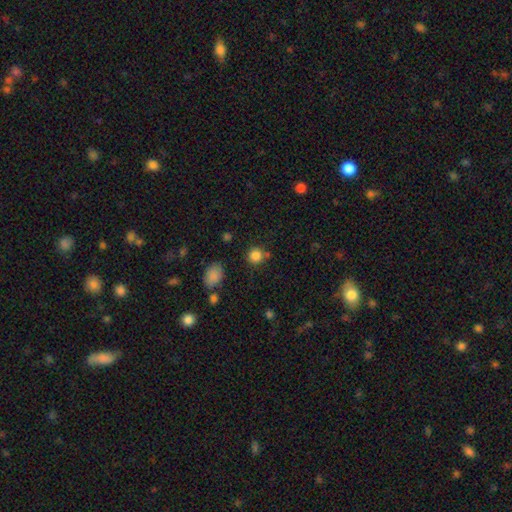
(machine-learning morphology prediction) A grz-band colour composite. It shows a smooth galaxy with no disk features (84%) that is round (91%). Merging: none (78%).